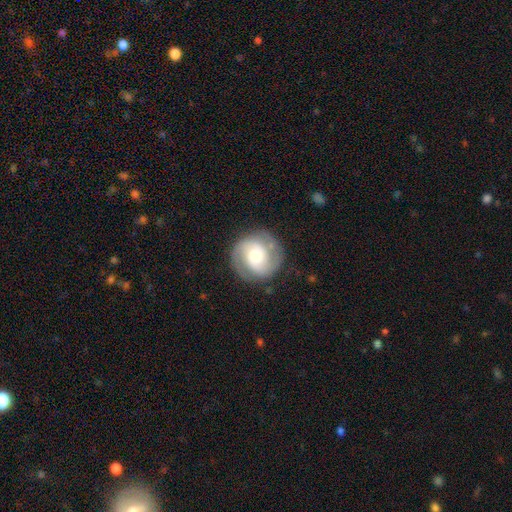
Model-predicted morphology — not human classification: A featured or disk galaxy (74%) with no bar (54%), 2 (82%) tight (45%) spiral arms (93%) and a moderate central bulge (54%).

Vote fractions:
- Smooth or featured? featured or disk: 74% / smooth: 20% / star or artifact: 6%
- Edge-on disk? no: 98% / yes: 2%
- Bar? no: 54% / weak: 36% / strong: 10%
- Spiral arms? yes: 93% / no: 7%
- Spiral winding? tight: 45% / medium: 43% / loose: 12%
- Spiral arm count? 2: 82% / can't tell: 7% / 3: 4% / 1: 3% / 4: 2% / more than 4: 2%
- Bulge size? moderate: 54% / small: 27% / large: 15% / dominant: 2% / none: 2%
- Merging? none: 81% / minor disturbance: 13% / major disturbance: 5% / merger: 1%